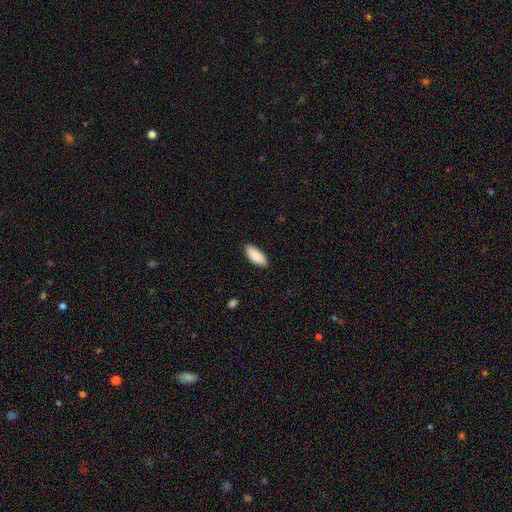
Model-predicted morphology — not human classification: Smooth or featured? Predicted: smooth (p=0.88). How rounded? Predicted: in between (p=0.89). Merging? Predicted: none (p=0.86).